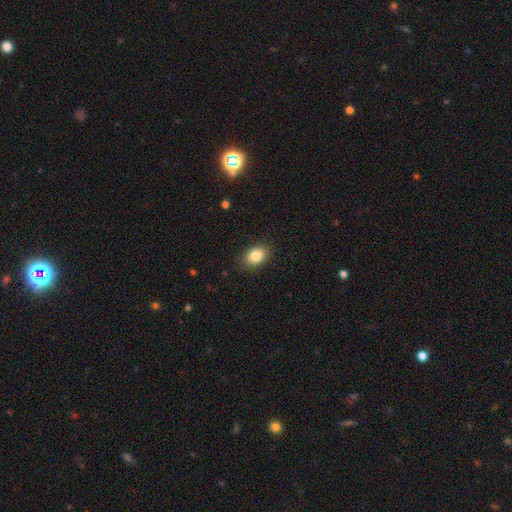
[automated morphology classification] smooth-or-featured: smooth: 85% | star or artifact: 8% | featured or disk: 6%
  how-rounded: in between: 82% | round: 17% | cigar-shaped: 1%
  merging: none: 87% | minor disturbance: 10% | major disturbance: 3% | merger: 1%